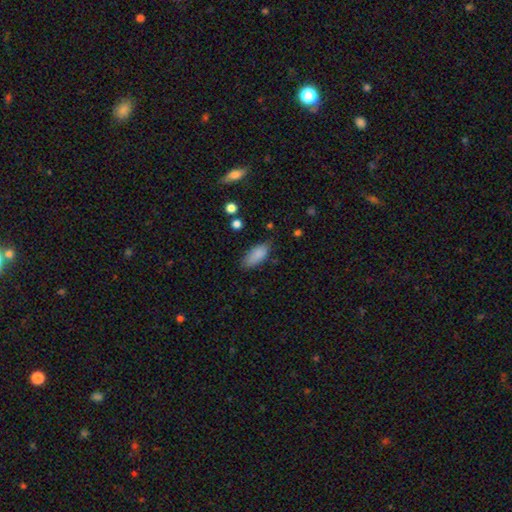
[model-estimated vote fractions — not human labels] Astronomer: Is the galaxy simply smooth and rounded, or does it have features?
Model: smooth — 86%.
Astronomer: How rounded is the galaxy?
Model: in between — 85%.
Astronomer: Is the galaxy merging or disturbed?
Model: none — 74%.